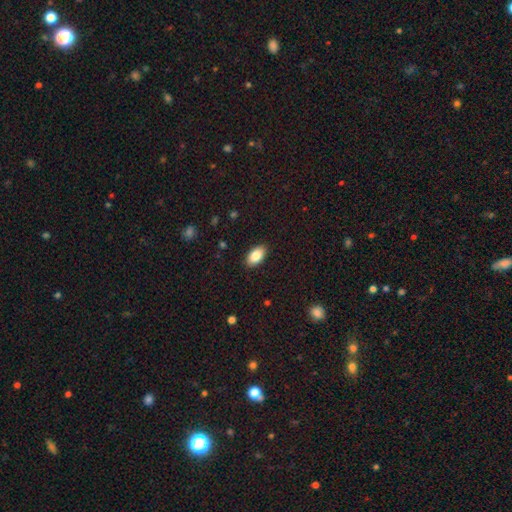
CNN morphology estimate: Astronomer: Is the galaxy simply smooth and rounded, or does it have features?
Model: smooth — 86%.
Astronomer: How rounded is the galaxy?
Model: in between — 94%.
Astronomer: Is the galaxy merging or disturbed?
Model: none — 89%.